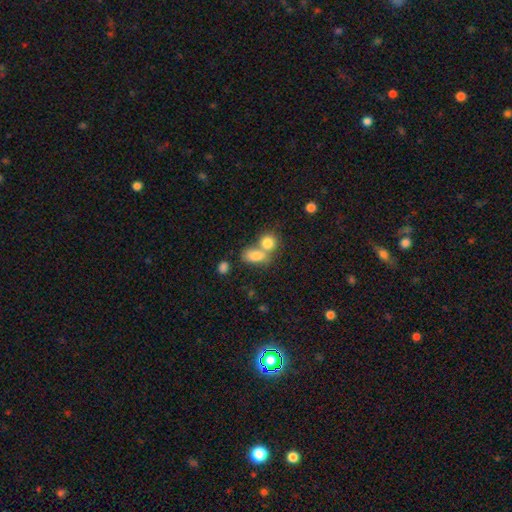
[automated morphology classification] Q: Smooth or featured?
A: smooth (82%); runner-up: featured or disk (10%)
Q: How rounded?
A: in between (79%); runner-up: round (17%)
Q: Merging?
A: merger (52%); runner-up: none (34%)